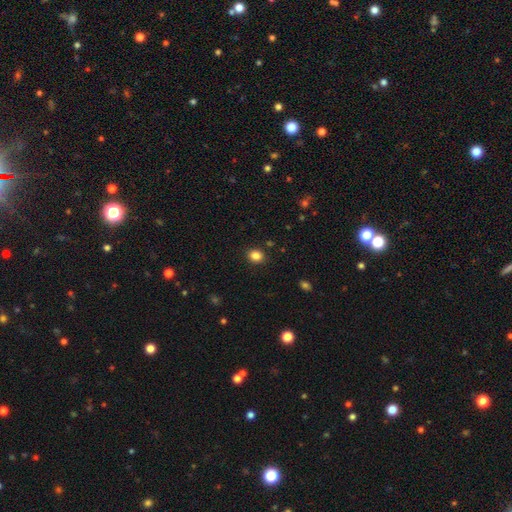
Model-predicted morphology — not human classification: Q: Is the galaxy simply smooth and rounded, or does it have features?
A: smooth — 84%.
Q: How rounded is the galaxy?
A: round — 60%.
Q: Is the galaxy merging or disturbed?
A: none — 89%.